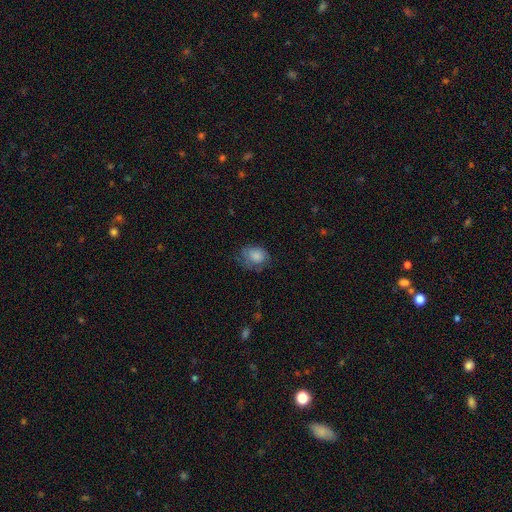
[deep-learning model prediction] Morphology: type=smooth (77%); roundness=in between (58%); merging=none (51%).